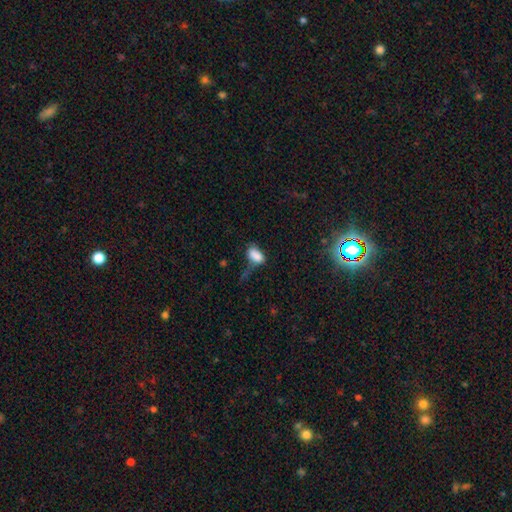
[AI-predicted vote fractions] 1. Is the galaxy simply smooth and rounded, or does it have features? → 81% smooth, 10% star or artifact, 9% featured or disk.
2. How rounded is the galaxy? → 91% in between, 7% round, 3% cigar-shaped.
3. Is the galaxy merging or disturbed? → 31% none, 30% minor disturbance, 29% major disturbance, 9% merger.